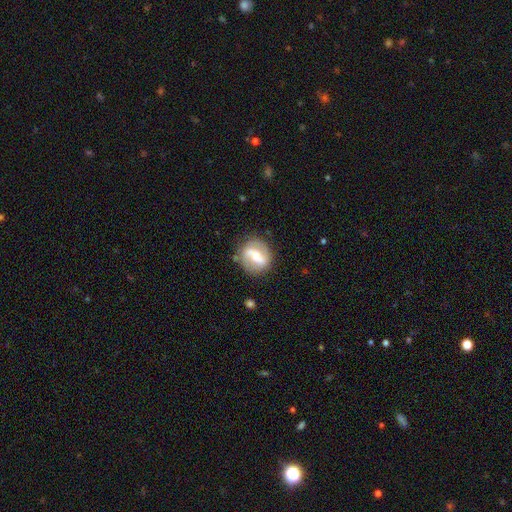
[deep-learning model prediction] Smooth or featured? Predicted: featured or disk (p=0.65). Edge-on disk? Predicted: no (p=0.92). Bar? Predicted: strong (p=0.56). Spiral arms? Predicted: yes (p=0.50, tied with no). Bulge size? Predicted: moderate (p=0.62). Merging? Predicted: none (p=0.80).